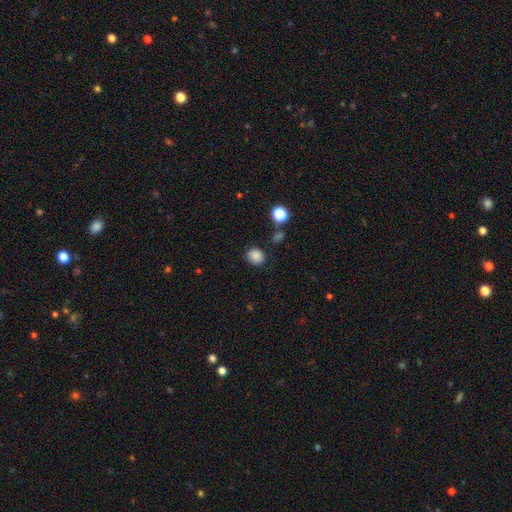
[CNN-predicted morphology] smooth_or_featured: smooth (p=0.83) [alt: star or artifact p=0.11]
how_rounded: round (p=0.73) [alt: in between p=0.26]
merging: none (p=0.82) [alt: minor disturbance p=0.12]